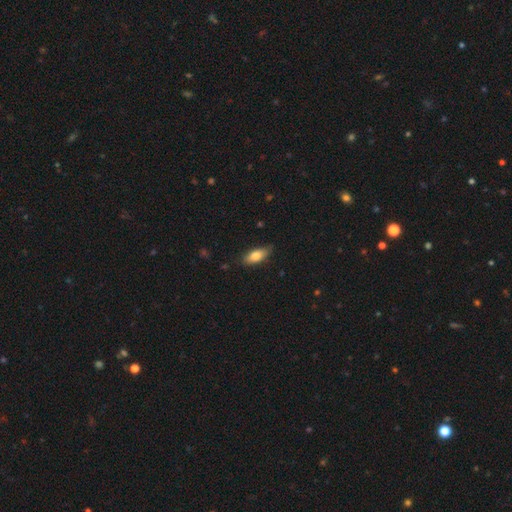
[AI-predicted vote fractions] smooth_or_featured: smooth (p=0.80) [alt: featured or disk p=0.14]
how_rounded: in between (p=0.83) [alt: cigar-shaped p=0.15]
merging: none (p=0.77) [alt: minor disturbance p=0.19]